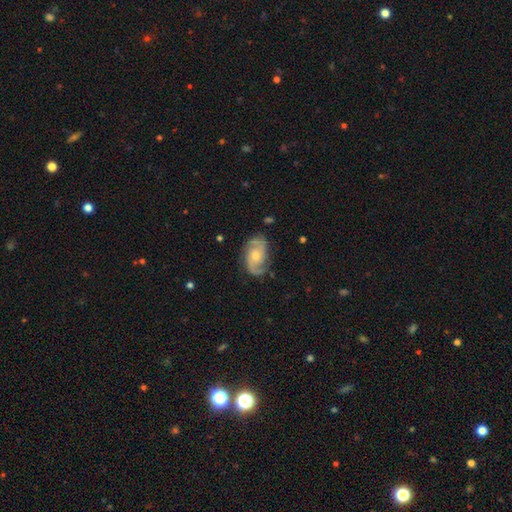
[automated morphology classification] smooth_or_featured: featured or disk (p=0.87) [alt: smooth p=0.08]
disk_edge_on: no (p=0.97) [alt: yes p=0.03]
bar: no (p=0.62) [alt: weak p=0.33]
has_spiral_arms: yes (p=0.97) [alt: no p=0.03]
spiral_winding: medium (p=0.53) [alt: tight p=0.29]
spiral_arm_count: 2 (p=0.86) [alt: 3 p=0.05]
bulge_size: small (p=0.46) [alt: moderate p=0.45]
merging: none (p=0.77) [alt: minor disturbance p=0.16]